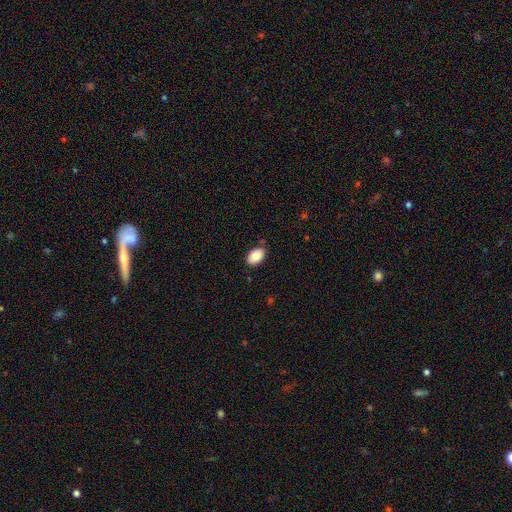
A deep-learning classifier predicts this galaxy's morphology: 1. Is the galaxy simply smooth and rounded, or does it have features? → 84% smooth, 9% featured or disk, 7% star or artifact.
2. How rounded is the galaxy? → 91% in between, 8% round, 1% cigar-shaped.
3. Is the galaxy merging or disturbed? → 82% none, 14% minor disturbance, 3% major disturbance, 2% merger.